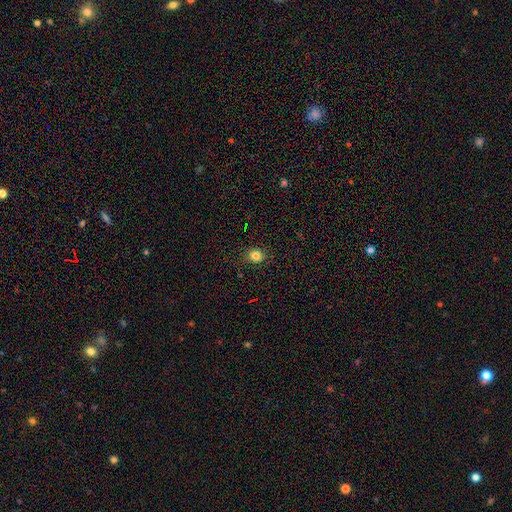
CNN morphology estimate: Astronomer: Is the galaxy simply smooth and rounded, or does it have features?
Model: smooth — 82%.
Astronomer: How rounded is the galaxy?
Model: round — 64%.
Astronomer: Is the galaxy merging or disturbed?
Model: none — 87%.